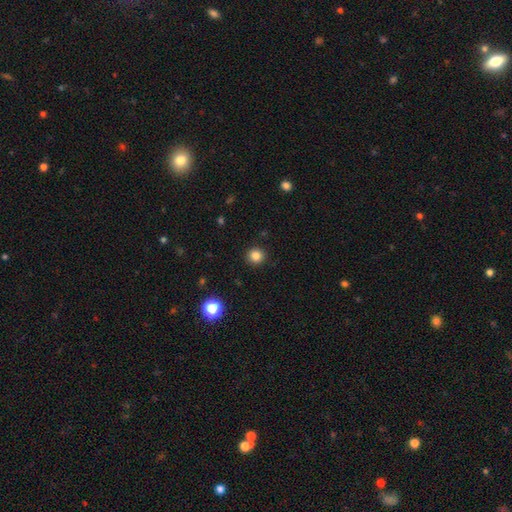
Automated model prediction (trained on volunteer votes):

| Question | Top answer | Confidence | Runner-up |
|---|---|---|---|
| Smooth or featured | smooth | 83% | star or artifact (12%) |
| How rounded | round | 93% | in between (6%) |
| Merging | none | 92% | minor disturbance (5%) |